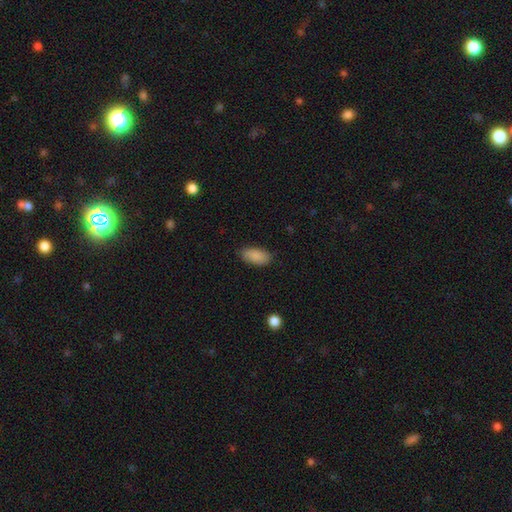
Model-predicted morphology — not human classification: smooth_or_featured: smooth (p=0.87) [alt: star or artifact p=0.07]
how_rounded: in between (p=0.92) [alt: cigar-shaped p=0.06]
merging: none (p=0.84) [alt: minor disturbance p=0.12]